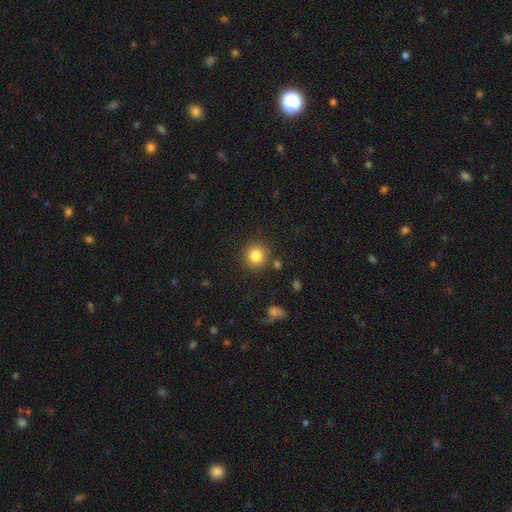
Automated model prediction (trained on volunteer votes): Smooth or featured? smooth (84%)
How rounded? round (91%)
Merging? none (86%)